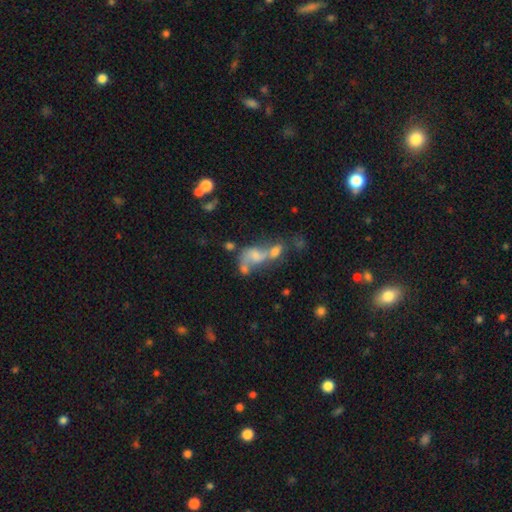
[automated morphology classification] Overall: featured or disk (48%; smooth 39%). Merging: merger (61%).